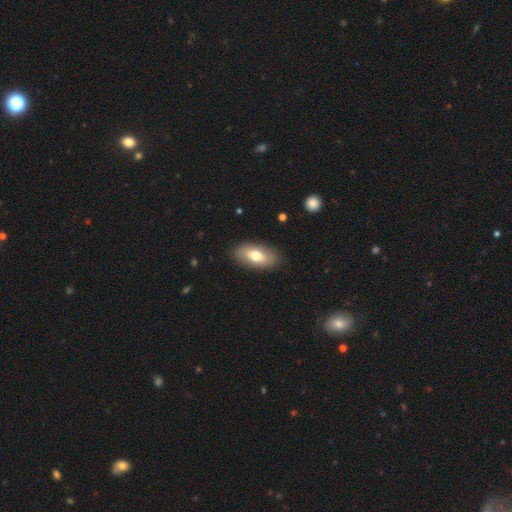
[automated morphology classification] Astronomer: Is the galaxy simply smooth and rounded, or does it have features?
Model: smooth — 70%.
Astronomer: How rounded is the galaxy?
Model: in between — 91%.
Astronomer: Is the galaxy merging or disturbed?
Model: none — 88%.